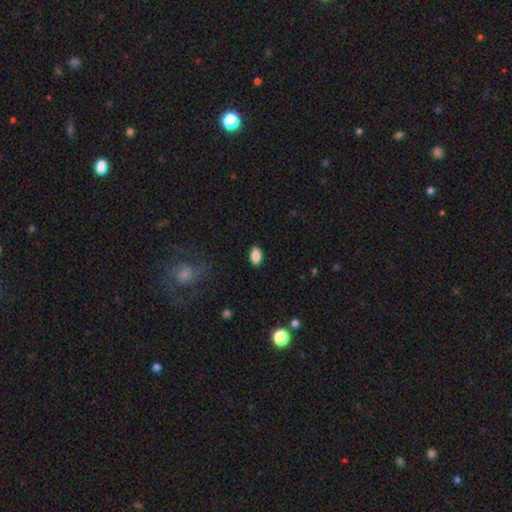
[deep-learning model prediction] A smooth galaxy with no disk features (88%) that is in between round and cigar-shaped (92%). Merging: none (88%).